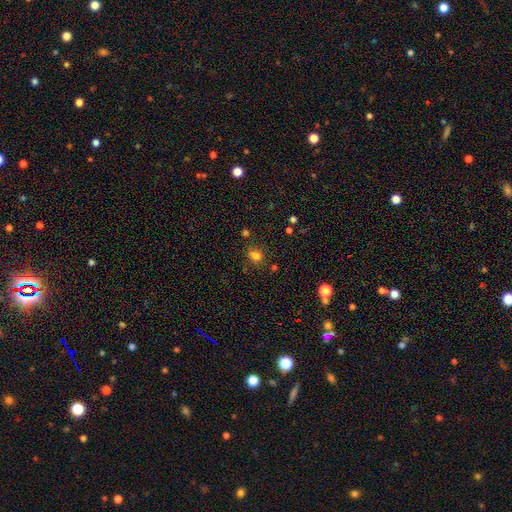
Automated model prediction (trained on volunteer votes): Smooth or featured? smooth (74%)
How rounded? round (71%)
Merging? none (70%)